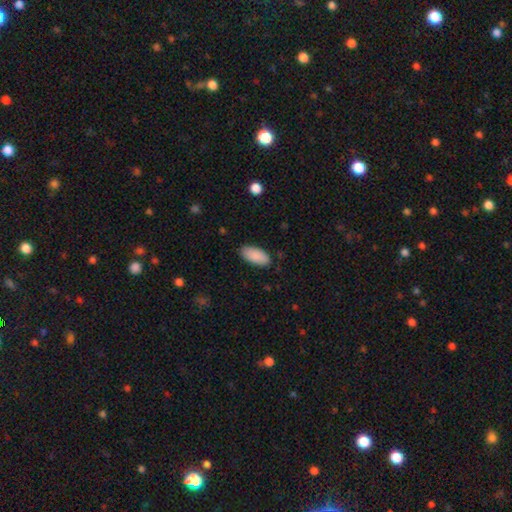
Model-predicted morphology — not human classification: Smooth or featured? smooth (90%)
How rounded? in between (93%)
Merging? none (86%)